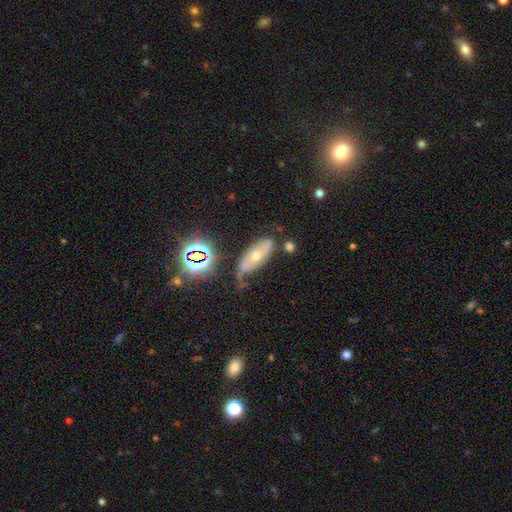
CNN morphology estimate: Smooth or featured?
  - smooth: 40% *
  - featured or disk: 37%
  - star or artifact: 23%
Merging?
  - none: 63% *
  - minor disturbance: 23%
  - major disturbance: 8%
  - merger: 6%